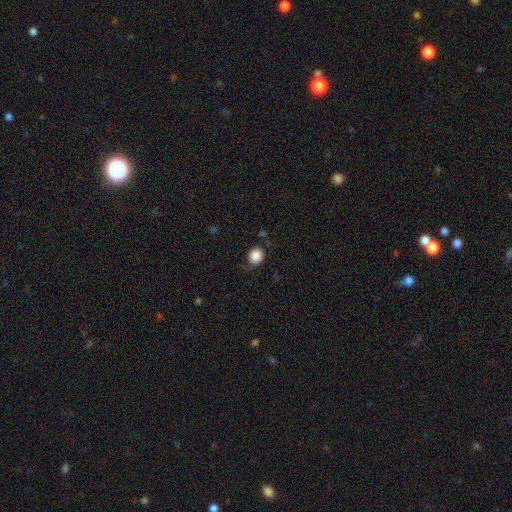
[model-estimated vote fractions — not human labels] smooth_or_featured: smooth (p=0.87) [alt: star or artifact p=0.09]
how_rounded: round (p=0.81) [alt: in between p=0.18]
merging: none (p=0.72) [alt: minor disturbance p=0.19]